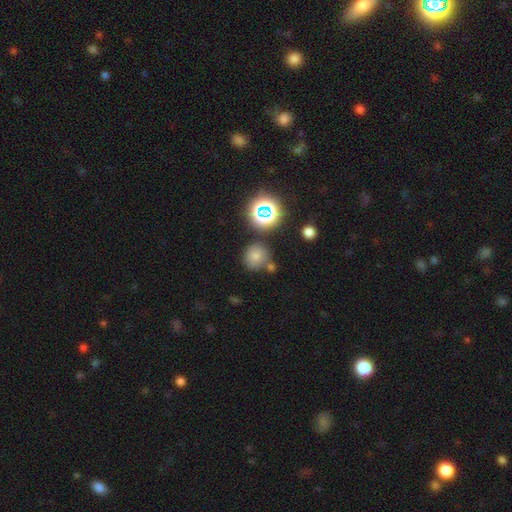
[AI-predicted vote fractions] Morphology: type=smooth (69%); roundness=round (86%); merging=none (66%).